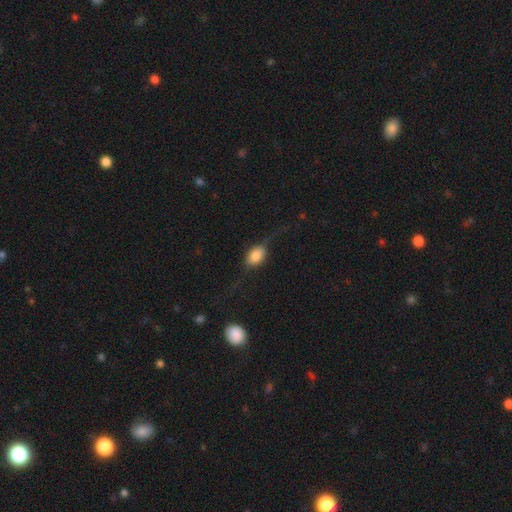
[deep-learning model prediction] A smooth galaxy with no disk features (67%) that is in between round and cigar-shaped (78%). Merging: none (56%).